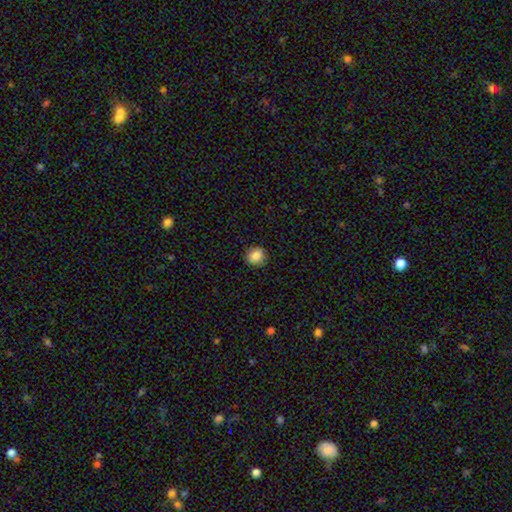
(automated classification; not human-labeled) Overall: smooth (86%). How rounded: round (74%). Merging: none (88%).